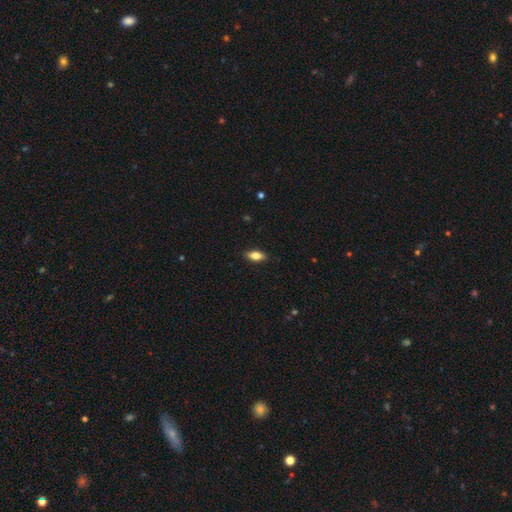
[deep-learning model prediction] Morphology: type=smooth (77%); roundness=in between (84%); merging=none (87%).